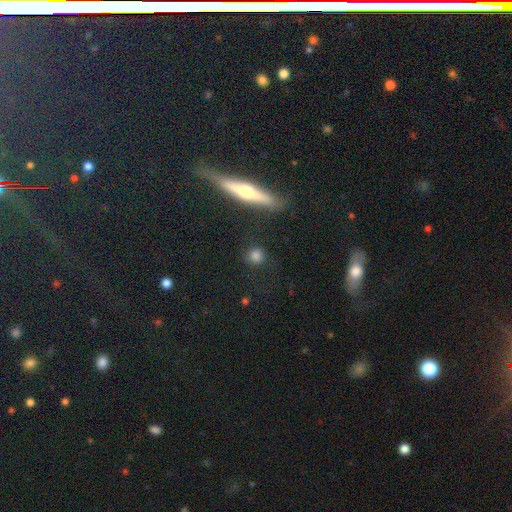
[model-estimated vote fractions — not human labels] smooth-or-featured: smooth: 72% | featured or disk: 14% | star or artifact: 14%
  how-rounded: round: 82% | in between: 10% | cigar-shaped: 7%
  merging: none: 86% | minor disturbance: 8% | major disturbance: 3% | merger: 3%